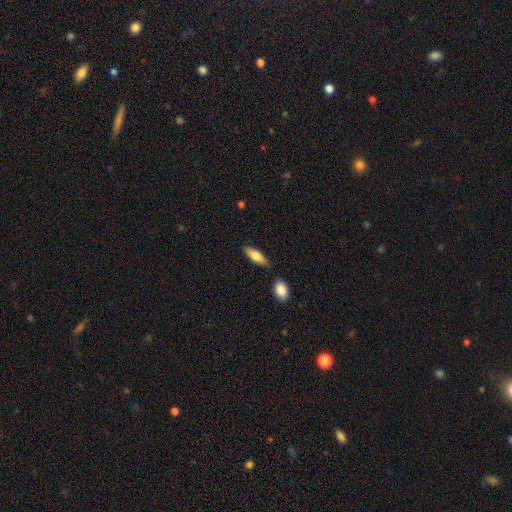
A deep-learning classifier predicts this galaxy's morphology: This appears to be a smooth galaxy with no disk features (74%) that is in between round and cigar-shaped (59%). Merging: none (80%).